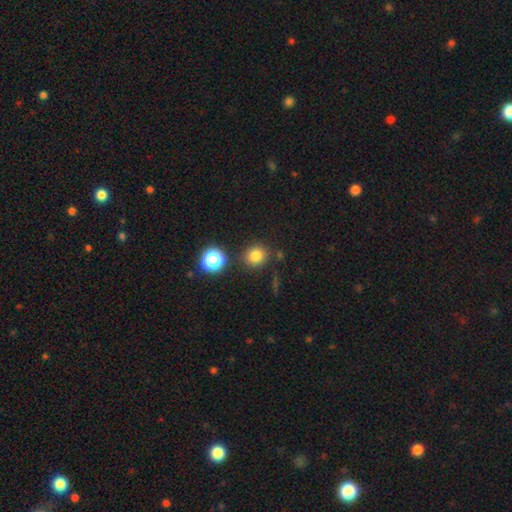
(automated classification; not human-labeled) A smooth galaxy with no disk features (79%) that is round (85%).

Vote fractions:
- Smooth or featured? smooth: 79% / star or artifact: 15% / featured or disk: 6%
- How rounded? round: 85% / in between: 14% / cigar-shaped: 1%
- Merging? none: 83% / minor disturbance: 9% / merger: 5% / major disturbance: 3%